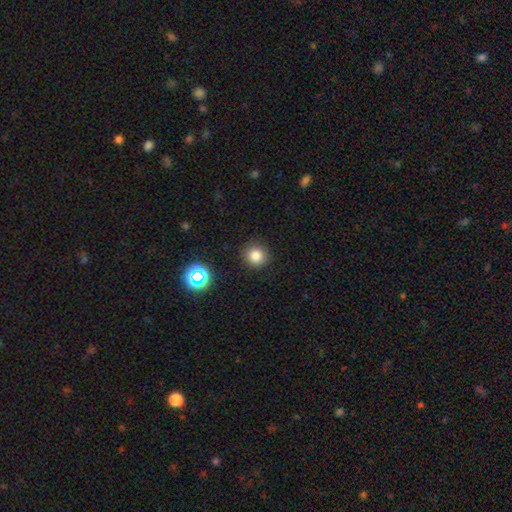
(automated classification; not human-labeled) Morphology: type=smooth (80%); roundness=round (92%); merging=none (90%).